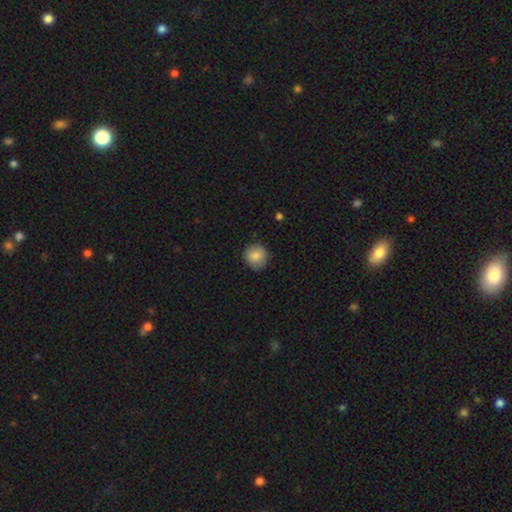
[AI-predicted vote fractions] Smooth or featured: smooth — 85% (star or artifact — 8%)
How rounded: round — 88% (in between — 11%)
Merging: none — 84% (minor disturbance — 12%)